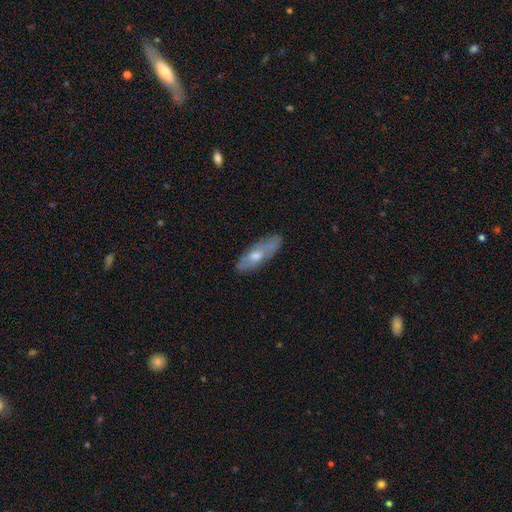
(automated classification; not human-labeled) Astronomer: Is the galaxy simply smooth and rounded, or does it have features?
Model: smooth — 50% (runner-up: featured or disk, 43%).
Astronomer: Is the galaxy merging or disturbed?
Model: none — 78%.